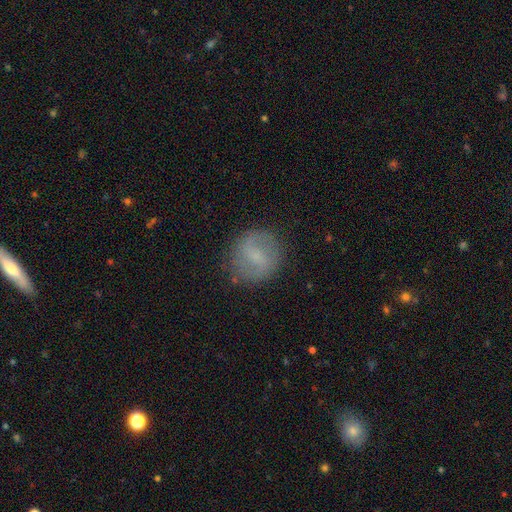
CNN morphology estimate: Smooth or featured? Predicted: featured or disk (p=0.53). Edge-on disk? Predicted: no (p=0.97). Bar? Predicted: weak (p=0.55). Spiral arms? Predicted: yes (p=0.82). Bulge size? Predicted: small (p=0.64). Merging? Predicted: none (p=0.83).